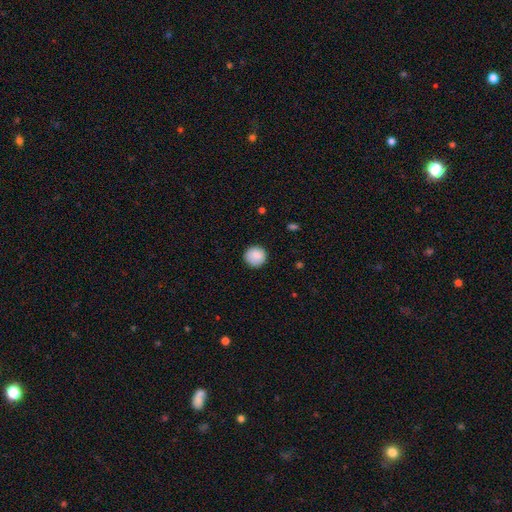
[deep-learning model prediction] Overall: smooth (87%). How rounded: round (95%). Merging: none (89%).